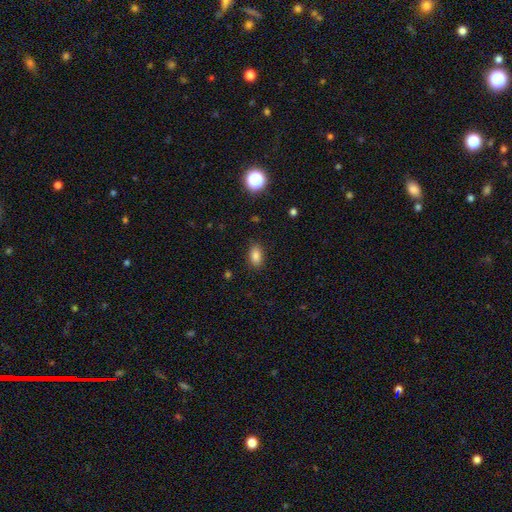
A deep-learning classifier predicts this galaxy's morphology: The model was most divided on "smooth or featured": smooth: 84%, star or artifact: 11%, featured or disk: 5%. More confident: how rounded — in between (88%); merging — none (86%).